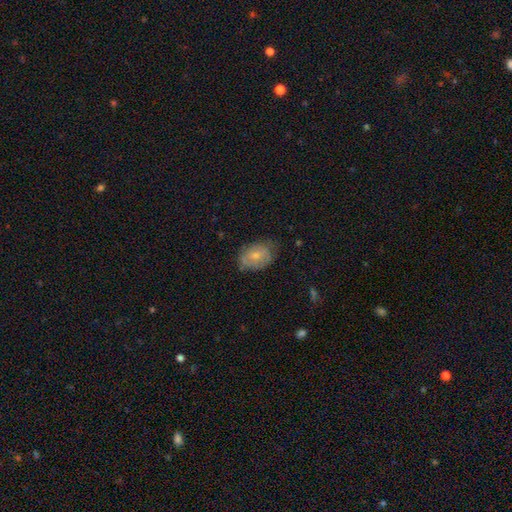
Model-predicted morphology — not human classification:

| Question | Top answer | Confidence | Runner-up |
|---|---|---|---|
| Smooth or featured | smooth | 60% | featured or disk (33%) |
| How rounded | in between | 81% | round (18%) |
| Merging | none | 63% | minor disturbance (28%) |